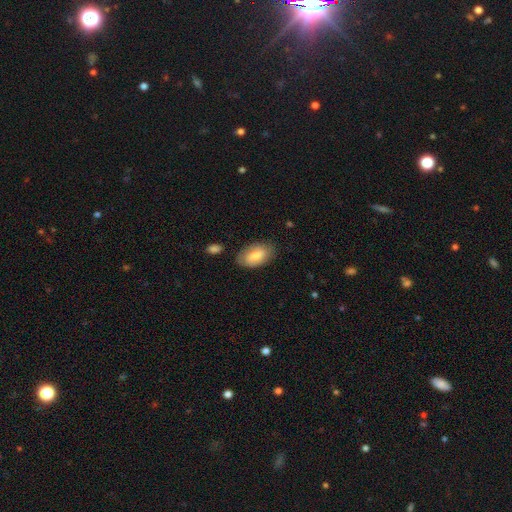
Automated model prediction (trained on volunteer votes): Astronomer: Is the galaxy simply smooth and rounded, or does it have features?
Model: smooth — 78%.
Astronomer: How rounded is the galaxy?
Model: in between — 93%.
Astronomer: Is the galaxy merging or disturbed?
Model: none — 78%.